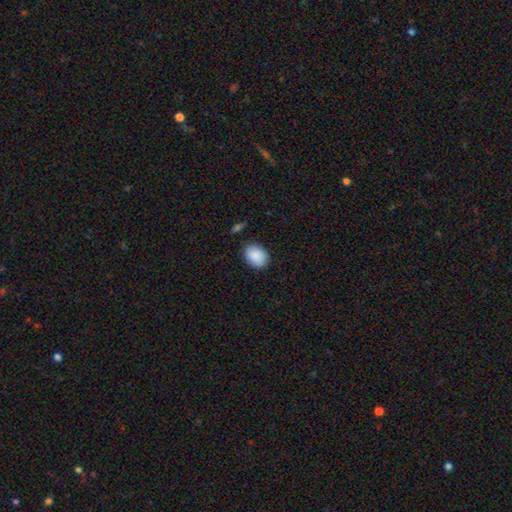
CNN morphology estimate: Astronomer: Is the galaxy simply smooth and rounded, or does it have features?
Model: smooth — 89%.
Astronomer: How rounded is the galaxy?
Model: in between — 68%.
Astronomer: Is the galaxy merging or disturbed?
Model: none — 84%.